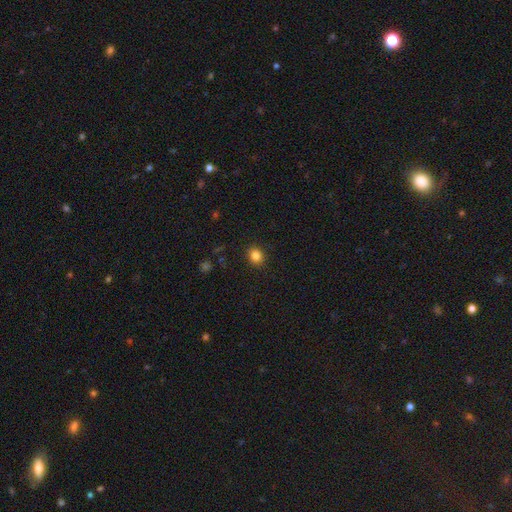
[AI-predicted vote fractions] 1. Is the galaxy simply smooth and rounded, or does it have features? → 83% smooth, 11% star or artifact, 5% featured or disk.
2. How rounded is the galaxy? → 69% round, 30% in between, 1% cigar-shaped.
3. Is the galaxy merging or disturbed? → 90% none, 7% minor disturbance, 2% major disturbance, 1% merger.